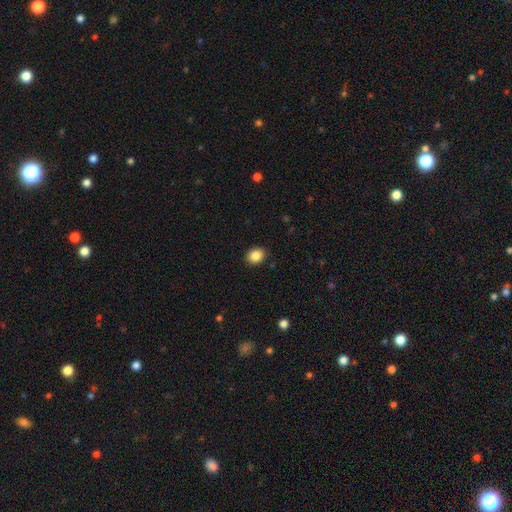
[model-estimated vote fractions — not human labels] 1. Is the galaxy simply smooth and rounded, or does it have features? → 87% smooth, 9% star or artifact, 4% featured or disk.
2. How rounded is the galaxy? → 52% round, 47% in between, 1% cigar-shaped.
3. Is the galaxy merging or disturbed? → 89% none, 8% minor disturbance, 2% major disturbance, 1% merger.